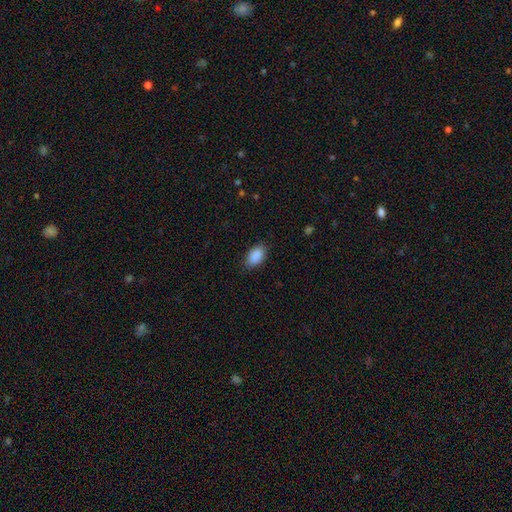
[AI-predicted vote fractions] Morphology: type=smooth (90%); roundness=in between (92%); merging=none (84%).